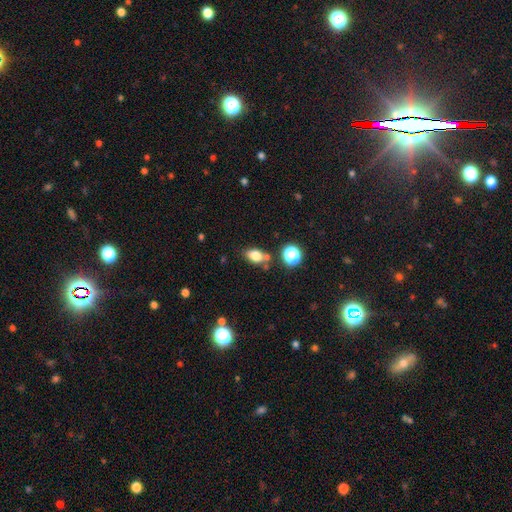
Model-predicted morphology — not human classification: A smooth galaxy with no disk features (79%) that is in between round and cigar-shaped (77%).

Vote fractions:
- Smooth or featured? smooth: 79% / star or artifact: 13% / featured or disk: 9%
- How rounded? in between: 77% / round: 21% / cigar-shaped: 2%
- Merging? none: 66% / minor disturbance: 16% / merger: 14% / major disturbance: 4%